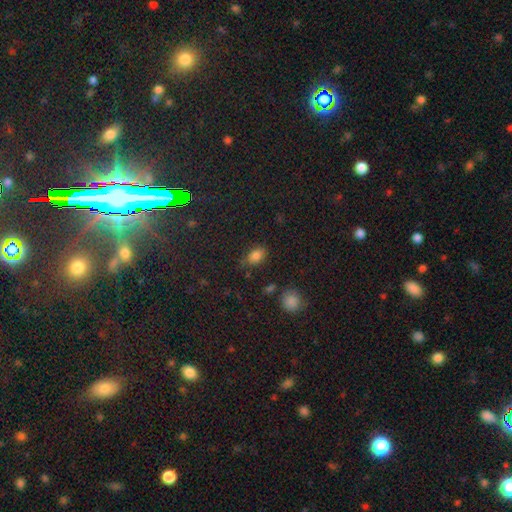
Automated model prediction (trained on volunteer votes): smooth_or_featured: smooth (p=0.81) [alt: star or artifact p=0.13]
how_rounded: in between (p=0.81) [alt: round p=0.16]
merging: none (p=0.71) [alt: minor disturbance p=0.20]